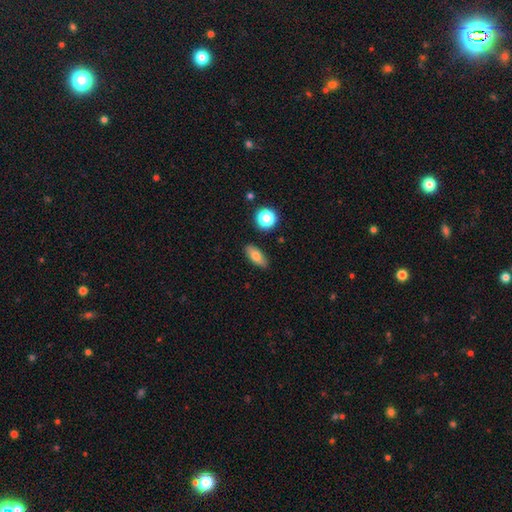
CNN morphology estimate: smooth_or_featured: smooth (p=0.76) [alt: featured or disk p=0.15]
how_rounded: in between (p=0.75) [alt: cigar-shaped p=0.18]
merging: none (p=0.85) [alt: minor disturbance p=0.10]